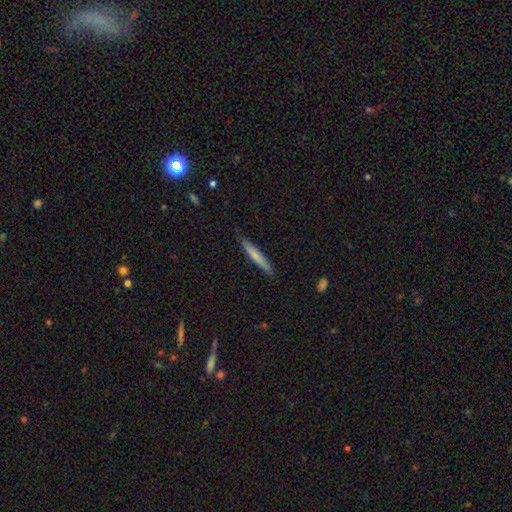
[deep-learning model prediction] smooth 63%, featured or disk 31%, star or artifact 6%. Down the decision tree: how rounded — cigar-shaped (95%); merging — none (87%).